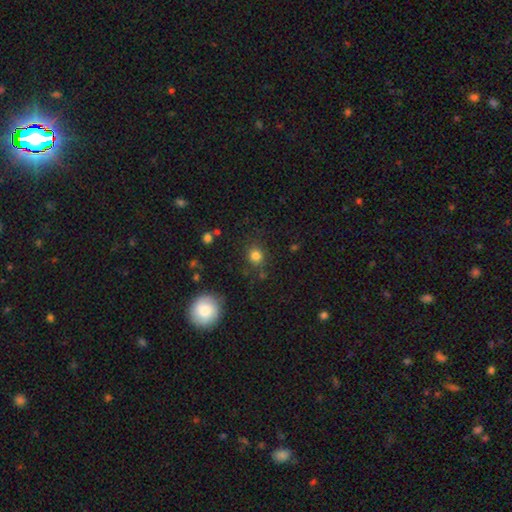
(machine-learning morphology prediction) Q: Smooth or featured?
A: smooth (81%); runner-up: star or artifact (14%)
Q: How rounded?
A: round (86%); runner-up: in between (13%)
Q: Merging?
A: none (83%); runner-up: minor disturbance (10%)